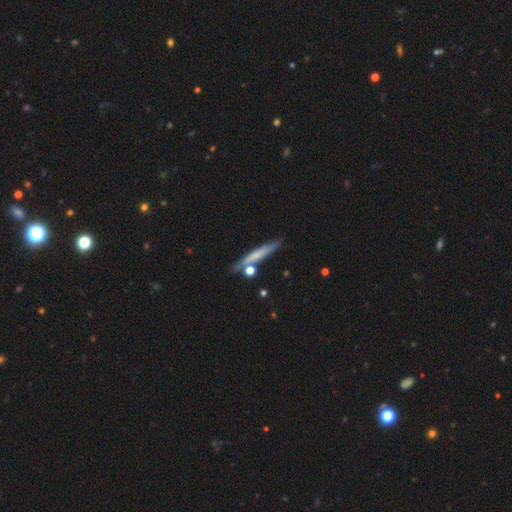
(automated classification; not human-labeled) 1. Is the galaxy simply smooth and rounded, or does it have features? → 57% smooth, 36% featured or disk, 7% star or artifact.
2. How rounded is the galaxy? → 92% cigar-shaped, 6% in between, 3% round.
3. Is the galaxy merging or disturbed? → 76% none, 13% minor disturbance, 8% merger, 3% major disturbance.